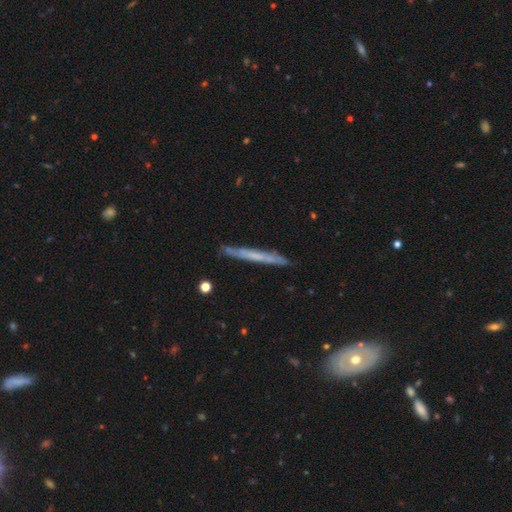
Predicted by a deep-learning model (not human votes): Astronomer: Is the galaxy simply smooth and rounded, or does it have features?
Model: featured or disk — 47%, tied with smooth at 47%.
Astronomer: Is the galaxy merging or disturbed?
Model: none — 87%.